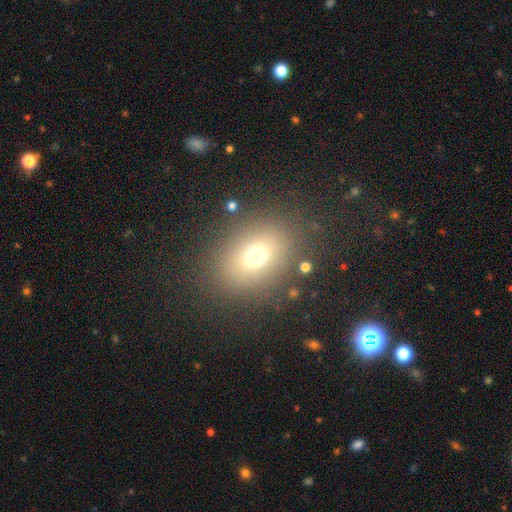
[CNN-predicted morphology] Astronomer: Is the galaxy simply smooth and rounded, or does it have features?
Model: smooth — 69%.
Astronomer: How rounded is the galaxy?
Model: in between — 58% (runner-up: round, 41%).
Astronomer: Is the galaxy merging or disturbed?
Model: none — 83%.